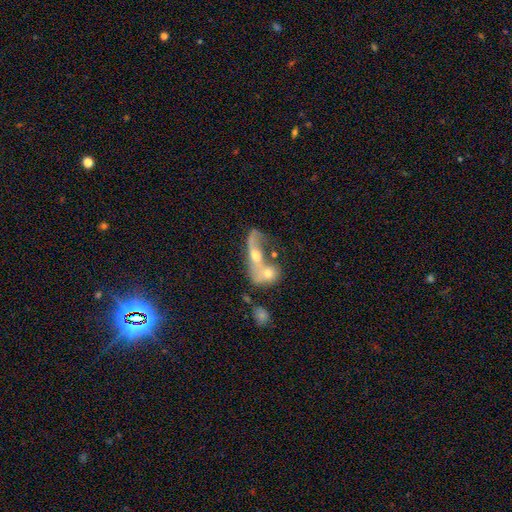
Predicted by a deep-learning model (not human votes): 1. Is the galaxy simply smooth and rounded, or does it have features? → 51% featured or disk, 31% smooth, 19% star or artifact.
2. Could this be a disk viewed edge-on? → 84% no, 16% yes.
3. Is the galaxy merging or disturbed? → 74% merger, 13% none, 8% major disturbance, 6% minor disturbance.